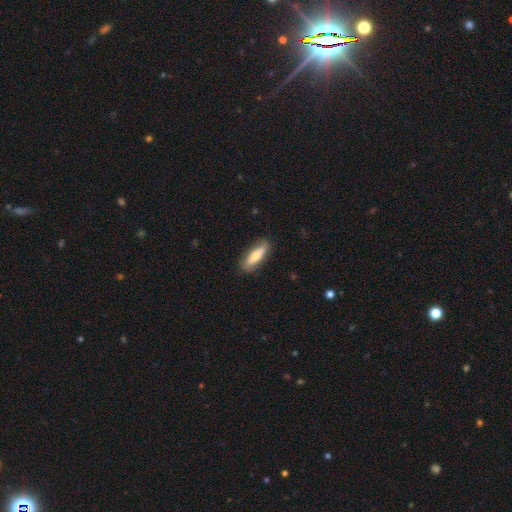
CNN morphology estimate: smooth-or-featured: smooth: 67% | featured or disk: 27% | star or artifact: 6%
  how-rounded: in between: 49% | cigar-shaped: 48% | round: 2%
  merging: none: 84% | minor disturbance: 12% | major disturbance: 3% | merger: 1%